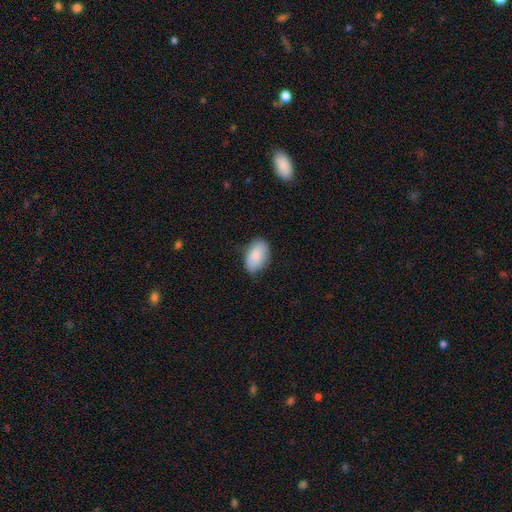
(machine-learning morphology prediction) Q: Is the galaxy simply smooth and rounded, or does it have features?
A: smooth — 85%.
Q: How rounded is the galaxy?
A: in between — 93%.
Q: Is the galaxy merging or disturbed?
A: none — 75%.